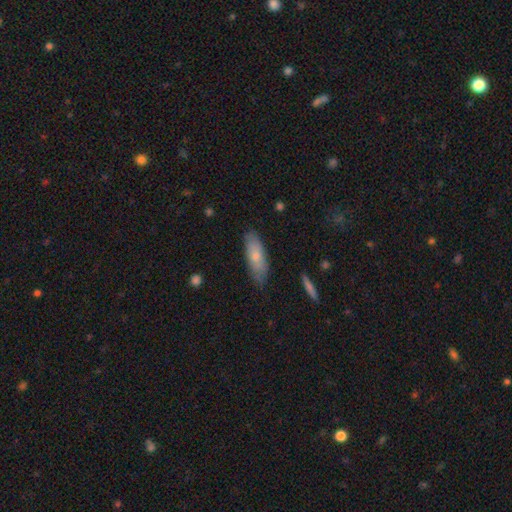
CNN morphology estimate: A smooth galaxy with no disk features (73%) that is in between round and cigar-shaped (65%). Merging: none (79%).